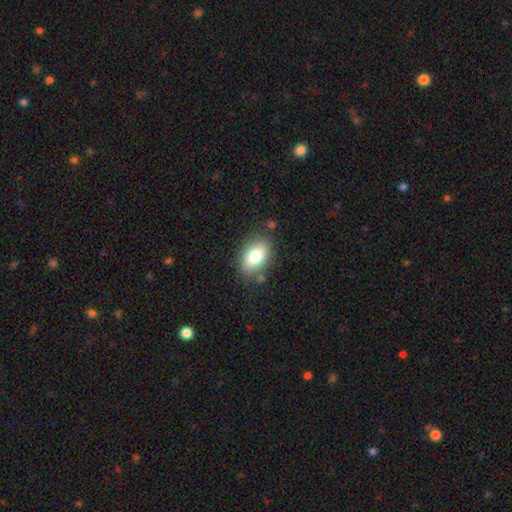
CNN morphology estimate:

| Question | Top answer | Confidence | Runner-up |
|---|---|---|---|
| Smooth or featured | smooth | 80% | featured or disk (12%) |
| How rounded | in between | 87% | round (11%) |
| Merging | none | 79% | minor disturbance (14%) |